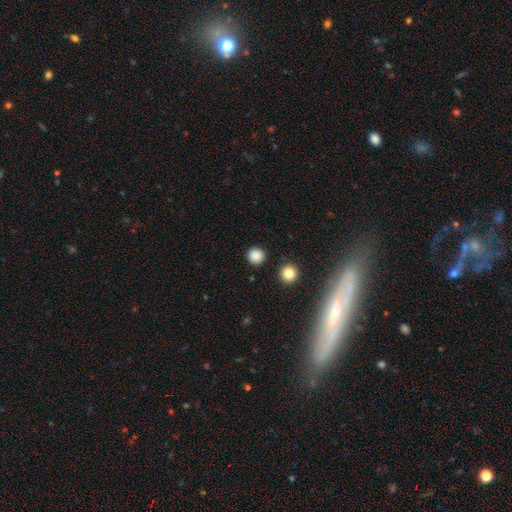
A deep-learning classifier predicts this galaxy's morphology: smooth-or-featured: smooth: 85% | star or artifact: 11% | featured or disk: 4%
  how-rounded: round: 94% | in between: 5% | cigar-shaped: 1%
  merging: none: 90% | minor disturbance: 6% | merger: 2% | major disturbance: 2%